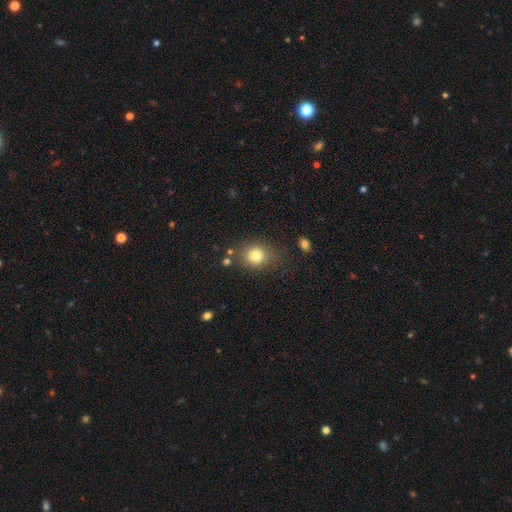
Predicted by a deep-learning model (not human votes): Smooth or featured? smooth (81%)
How rounded? round (70%)
Merging? none (78%)